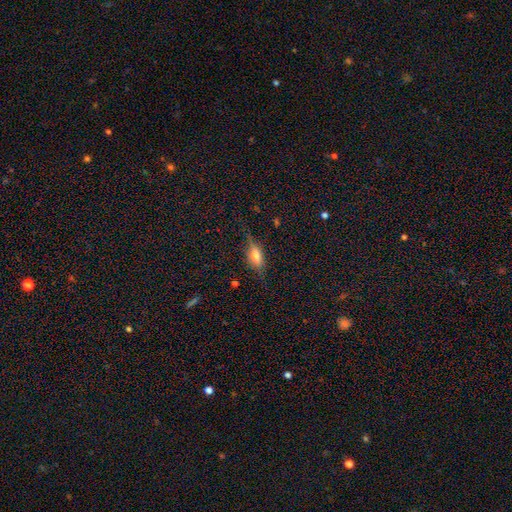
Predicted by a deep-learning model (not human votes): smooth-or-featured: smooth: 60% | featured or disk: 29% | star or artifact: 11%
  how-rounded: in between: 74% | cigar-shaped: 21% | round: 6%
  merging: none: 73% | minor disturbance: 19% | major disturbance: 6% | merger: 2%